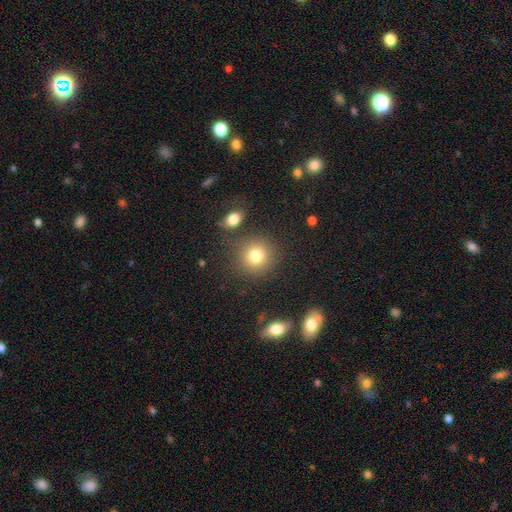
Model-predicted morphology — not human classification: Smooth or featured: smooth — 80% (star or artifact — 12%)
How rounded: round — 89% (in between — 10%)
Merging: none — 80% (minor disturbance — 9%)